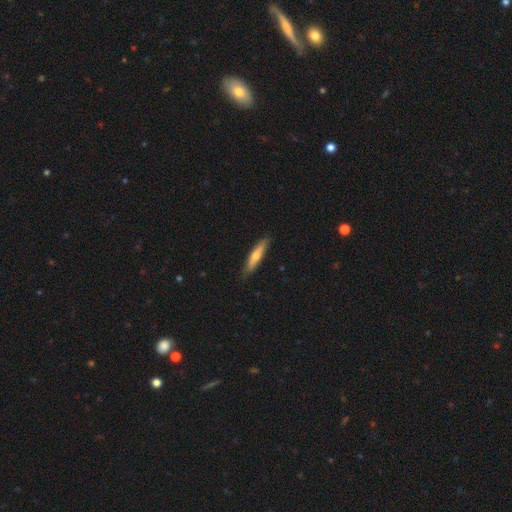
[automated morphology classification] This appears to be a smooth galaxy with no disk features (55%) that is cigar-shaped (86%). Merging: none (86%).